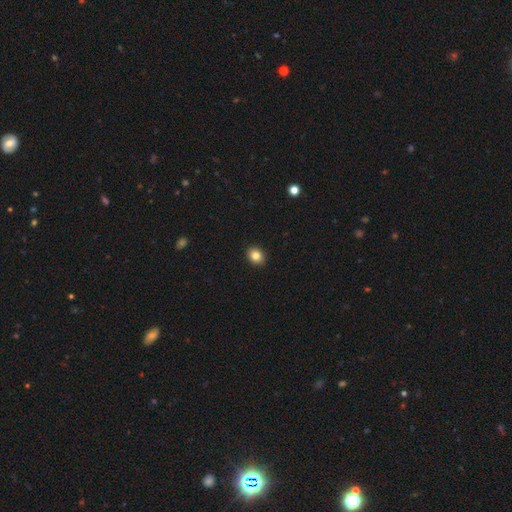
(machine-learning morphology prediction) smooth_or_featured: smooth (p=0.83) [alt: star or artifact p=0.10]
how_rounded: round (p=0.55) [alt: in between p=0.44]
merging: none (p=0.92) [alt: minor disturbance p=0.06]